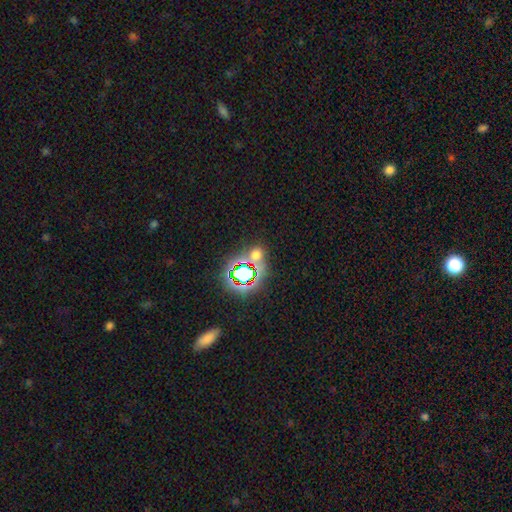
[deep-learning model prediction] Smooth or featured? Predicted: star or artifact (p=0.47).